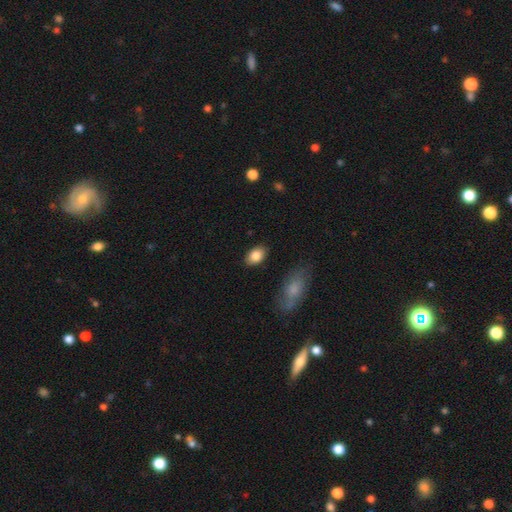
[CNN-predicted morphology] This is clearly a smooth galaxy (85%). How rounded: clearly in between (88%). Merging: clearly none (86%).